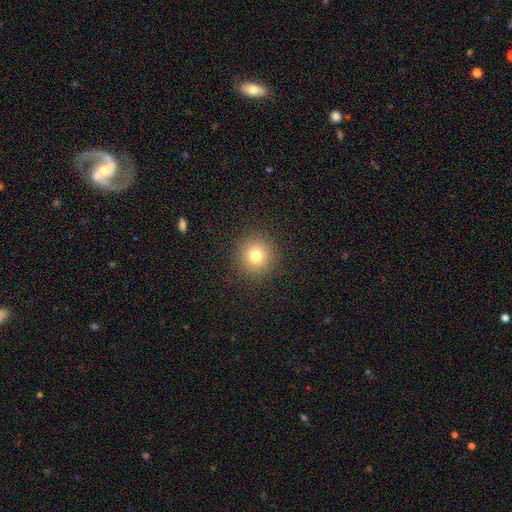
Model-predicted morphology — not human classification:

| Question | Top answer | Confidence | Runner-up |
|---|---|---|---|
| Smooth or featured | smooth | 77% | star or artifact (14%) |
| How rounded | round | 93% | in between (6%) |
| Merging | none | 90% | minor disturbance (6%) |